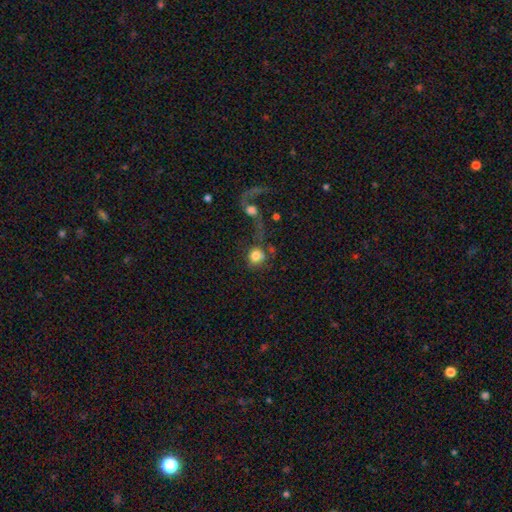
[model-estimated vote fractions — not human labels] smooth 72%, featured or disk 18%, star or artifact 10%. Down the decision tree: how rounded — round (80%); merging — none (36%).